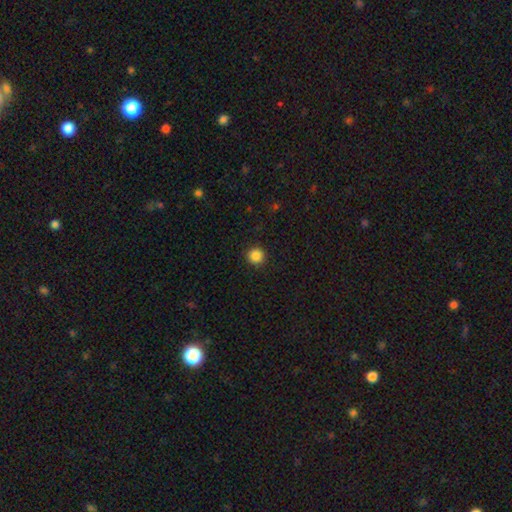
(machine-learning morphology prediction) Smooth or featured?
  - smooth: 86% *
  - star or artifact: 11%
  - featured or disk: 3%
How rounded?
  - round: 95% *
  - in between: 4%
  - cigar-shaped: 1%
Merging?
  - none: 92% *
  - minor disturbance: 5%
  - major disturbance: 2%
  - merger: 1%